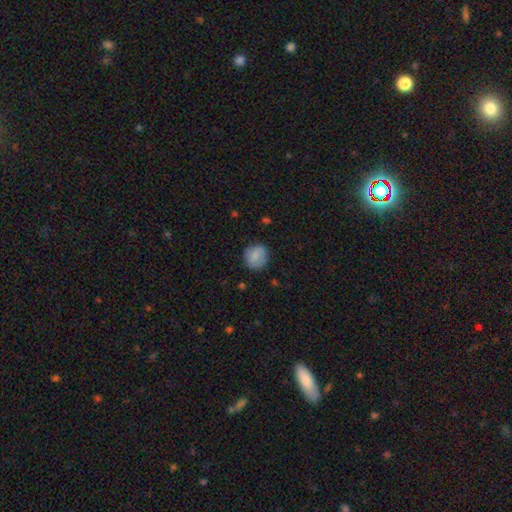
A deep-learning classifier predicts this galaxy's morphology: Smooth or featured? smooth (79%)
How rounded? round (80%)
Merging? none (80%)